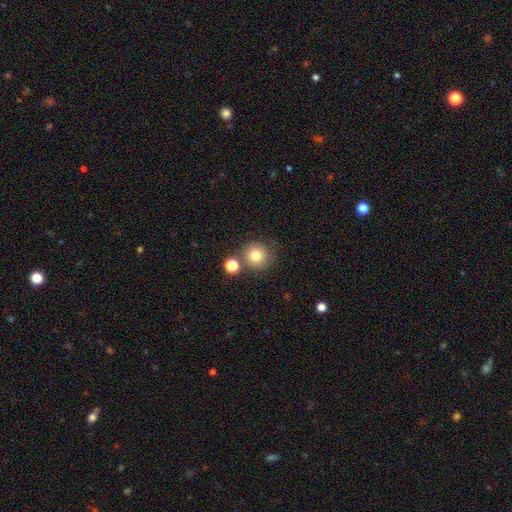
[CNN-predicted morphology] Smooth or featured? Predicted: smooth (p=0.78). How rounded? Predicted: round (p=0.92). Merging? Predicted: none (p=0.70).